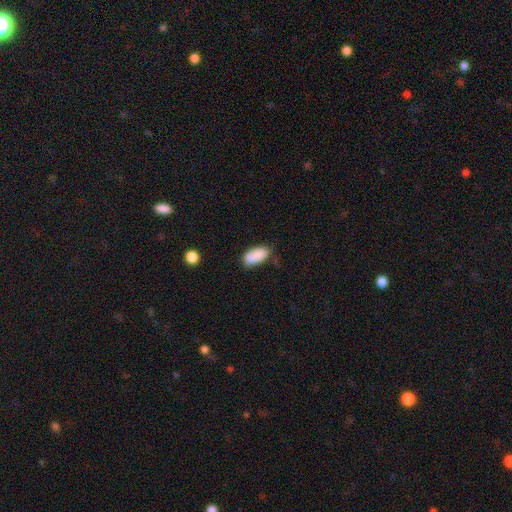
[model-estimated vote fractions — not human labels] The model was most divided on "merging": none: 61%, minor disturbance: 27%, major disturbance: 7%, merger: 6%. More confident: how rounded — in between (91%); smooth or featured — smooth (86%).